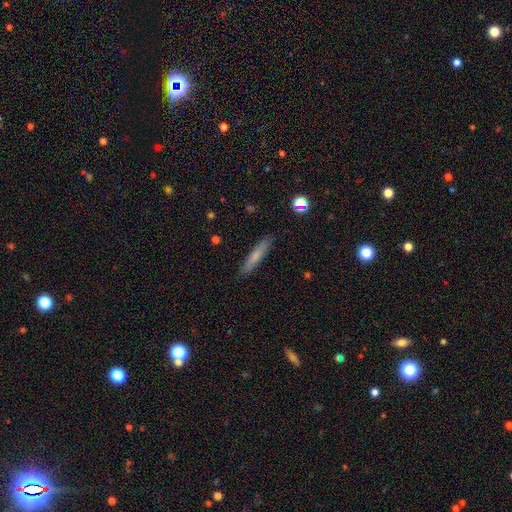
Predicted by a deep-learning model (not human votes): Morphology: type=smooth (68%); roundness=cigar-shaped (89%); merging=none (88%).